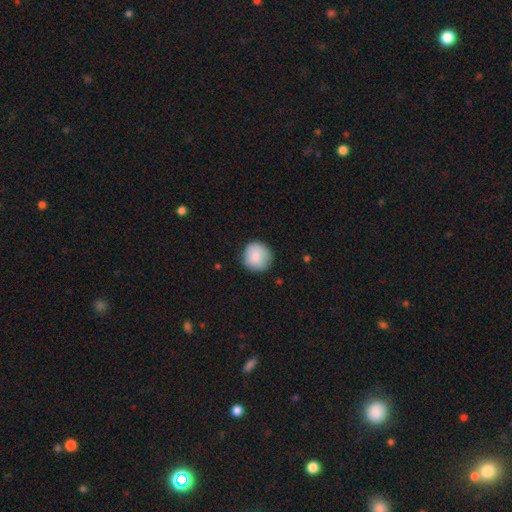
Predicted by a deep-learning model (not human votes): Overall: smooth (87%). How rounded: round (92%). Merging: none (83%).